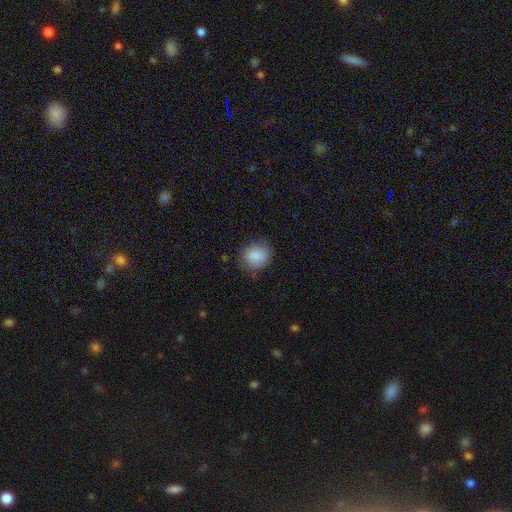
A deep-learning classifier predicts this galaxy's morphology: Smooth or featured? Predicted: smooth (p=0.80). How rounded? Predicted: round (p=0.56). Merging? Predicted: none (p=0.75).